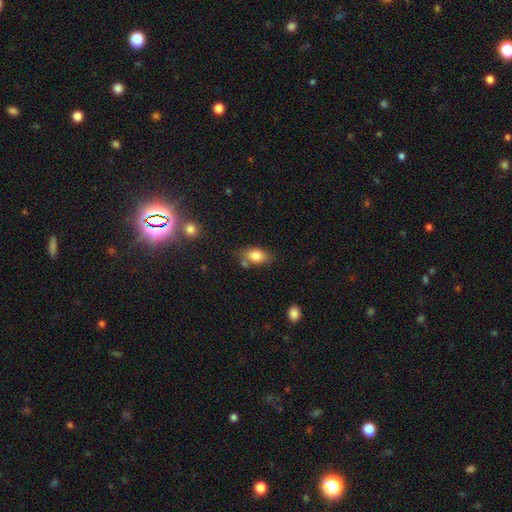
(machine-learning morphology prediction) Smooth or featured? Predicted: smooth (p=0.82). How rounded? Predicted: in between (p=0.87). Merging? Predicted: none (p=0.66).